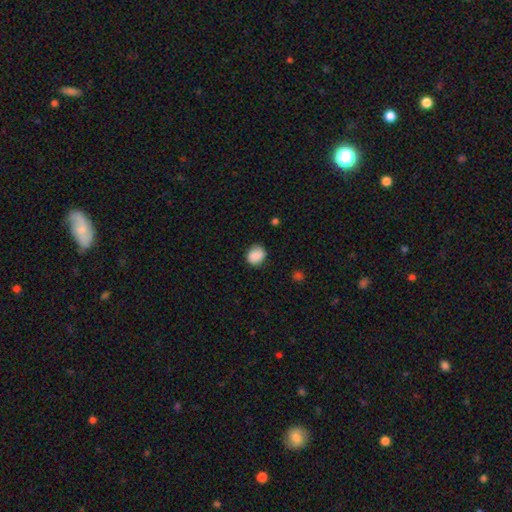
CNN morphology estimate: type=smooth (85%); roundness=round (68%); merging=none (78%).